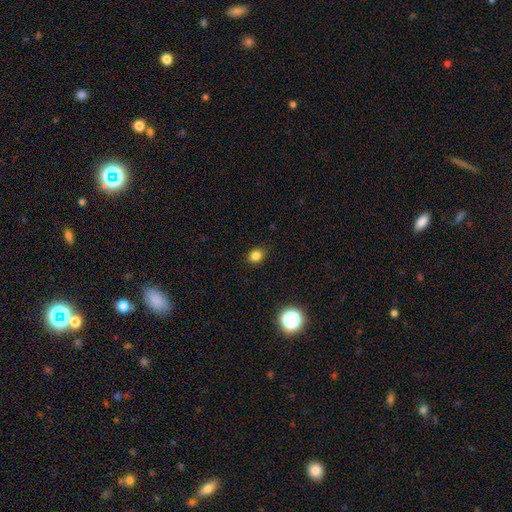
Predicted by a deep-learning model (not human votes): Q: Smooth or featured?
A: smooth (81%); runner-up: star or artifact (14%)
Q: How rounded?
A: round (59%); runner-up: in between (40%)
Q: Merging?
A: none (86%); runner-up: minor disturbance (11%)